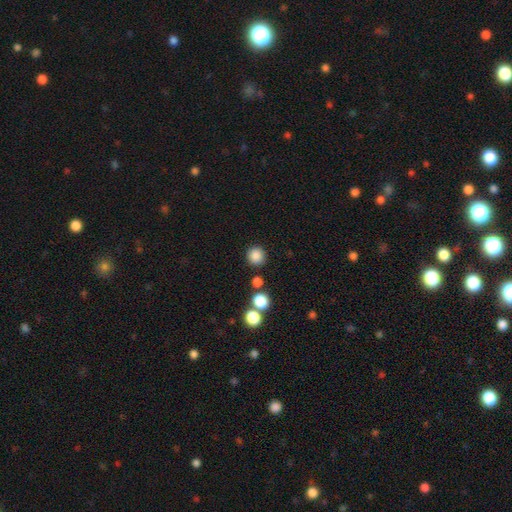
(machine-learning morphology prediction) Smooth or featured: smooth — 85% (star or artifact — 11%)
How rounded: round — 92% (in between — 7%)
Merging: none — 85% (minor disturbance — 7%)